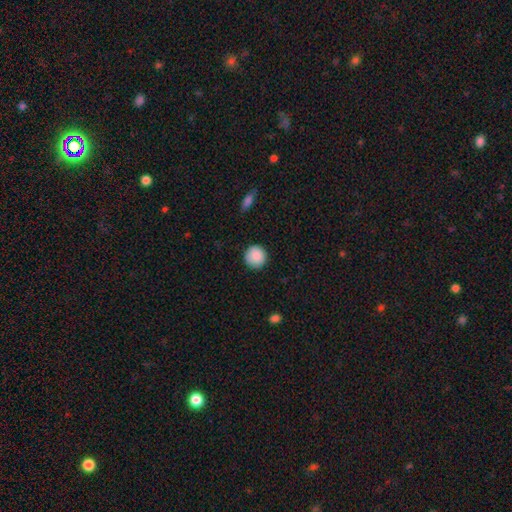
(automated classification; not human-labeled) A smooth galaxy with no disk features (89%) that is round (94%). Merging: none (88%).